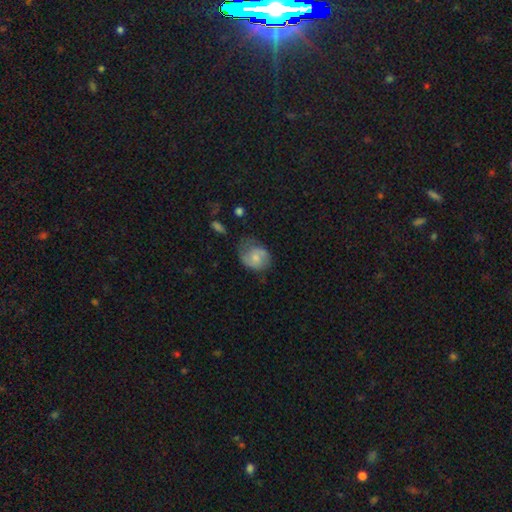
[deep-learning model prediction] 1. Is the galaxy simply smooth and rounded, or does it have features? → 49% smooth, 43% featured or disk, 8% star or artifact.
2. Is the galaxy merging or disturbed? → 47% none, 32% minor disturbance, 17% major disturbance, 3% merger.